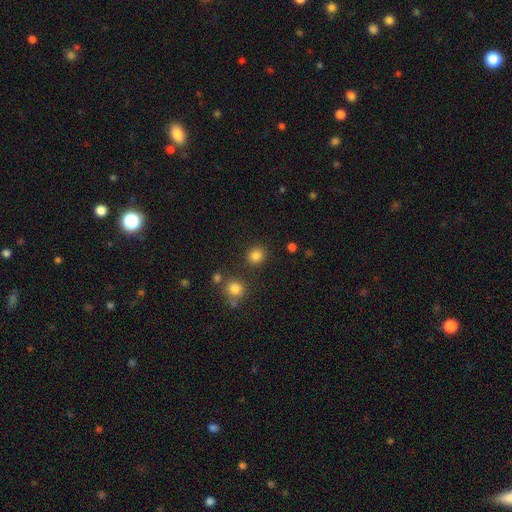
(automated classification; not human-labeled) The model was most divided on "how rounded": round: 84%, in between: 15%, cigar-shaped: 1%. More confident: merging — none (85%); smooth or featured — smooth (84%).